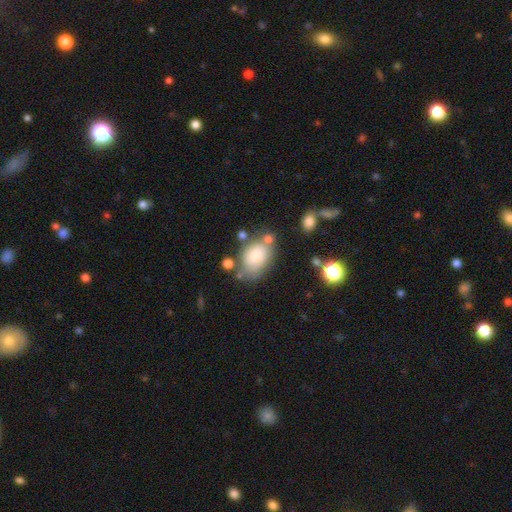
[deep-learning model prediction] Morphology: type=smooth (79%); roundness=in between (80%); merging=none (50%).